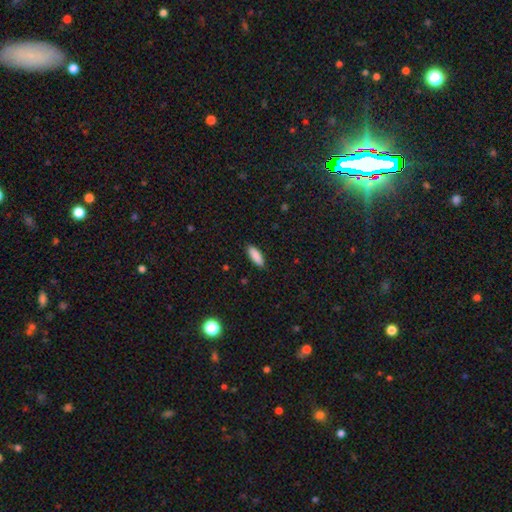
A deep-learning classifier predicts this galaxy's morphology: A smooth galaxy with no disk features (89%) that is in between round and cigar-shaped (68%). Merging: none (88%).